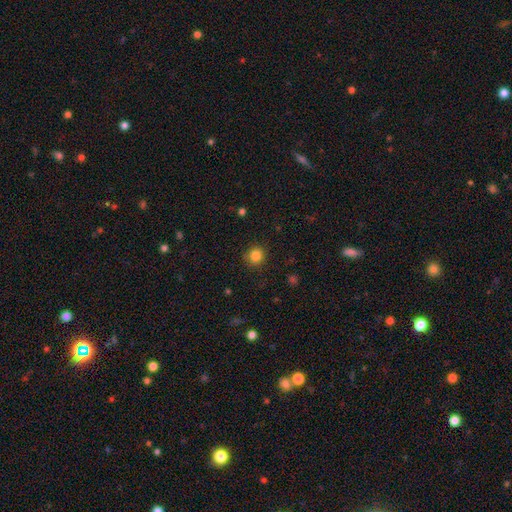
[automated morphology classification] Smooth or featured? smooth (84%)
How rounded? round (91%)
Merging? none (87%)